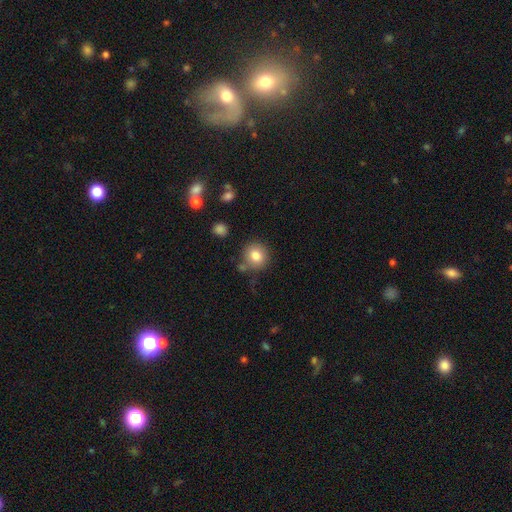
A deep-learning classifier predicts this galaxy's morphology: A smooth galaxy with no disk features (82%) that is round (84%). Merging: none (77%).